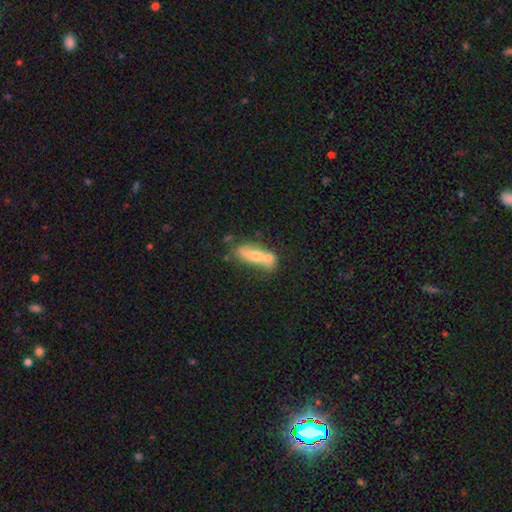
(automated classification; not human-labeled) Smooth or featured: smooth — 52% (featured or disk — 40%)
How rounded: in between — 62% (cigar-shaped — 31%)
Merging: merger — 49% (none — 31%)